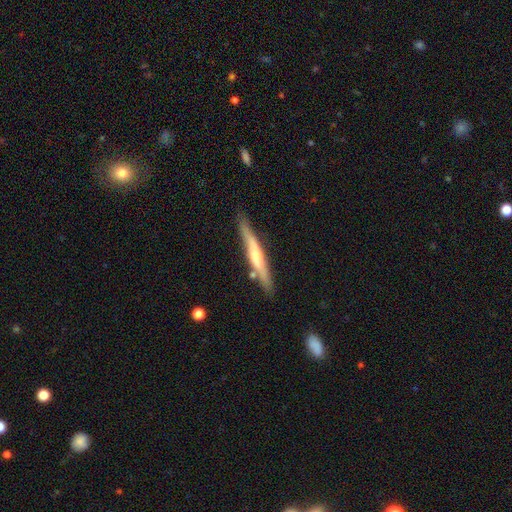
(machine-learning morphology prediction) A featured or disk galaxy (57%) viewed edge-on (93%) with a rounded central bulge (56%).

Vote fractions:
- Smooth or featured? featured or disk: 57% / smooth: 38% / star or artifact: 5%
- Edge-on disk? yes: 93% / no: 7%
- Edge-on bulge? rounded: 56% / none: 27% / boxy: 17%
- Merging? none: 77% / minor disturbance: 15% / merger: 5% / major disturbance: 3%